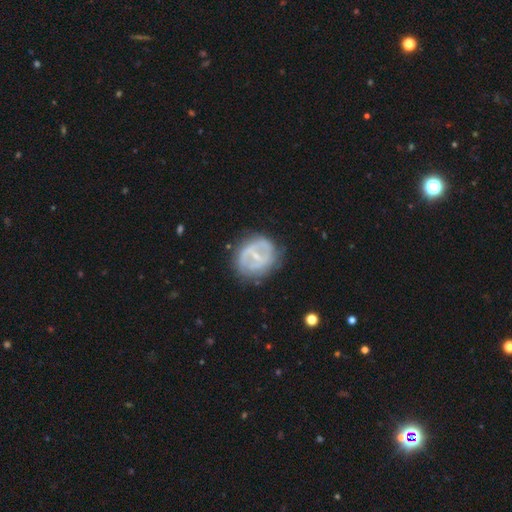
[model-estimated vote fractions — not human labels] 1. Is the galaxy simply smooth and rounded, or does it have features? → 70% featured or disk, 23% smooth, 6% star or artifact.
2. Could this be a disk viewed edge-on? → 96% no, 4% yes.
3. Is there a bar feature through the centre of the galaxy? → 42% strong, 40% weak, 19% no.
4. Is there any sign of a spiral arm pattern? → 54% no, 46% yes.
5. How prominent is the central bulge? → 60% small, 29% moderate, 9% none, 2% large, 1% dominant.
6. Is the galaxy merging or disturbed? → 68% none, 20% minor disturbance, 10% major disturbance, 2% merger.